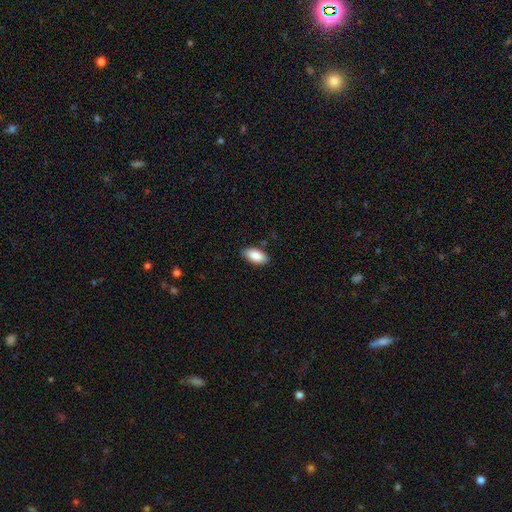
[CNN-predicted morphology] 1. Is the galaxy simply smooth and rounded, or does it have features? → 87% smooth, 7% star or artifact, 6% featured or disk.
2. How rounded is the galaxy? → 94% in between, 4% cigar-shaped, 2% round.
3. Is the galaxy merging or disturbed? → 86% none, 10% minor disturbance, 2% major disturbance, 1% merger.